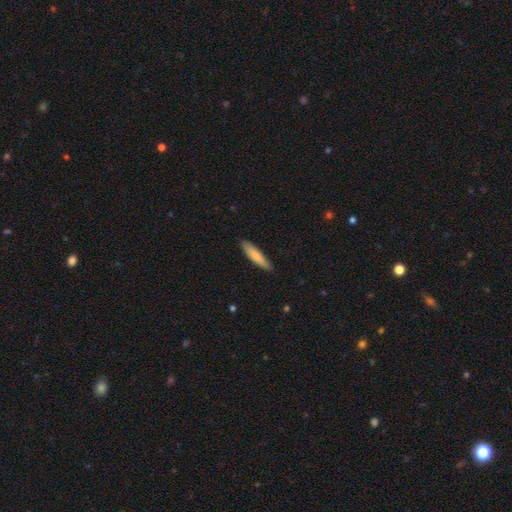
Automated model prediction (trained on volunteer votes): Smooth or featured? Predicted: smooth (p=0.80). How rounded? Predicted: cigar-shaped (p=0.81). Merging? Predicted: none (p=0.89).